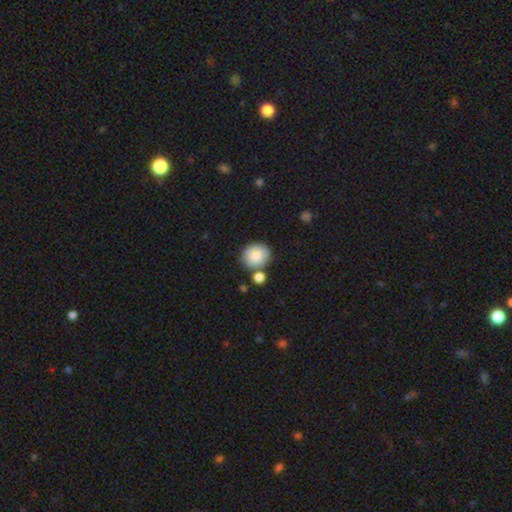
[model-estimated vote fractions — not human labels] Morphology: type=smooth (84%); roundness=round (73%); merging=none (69%).